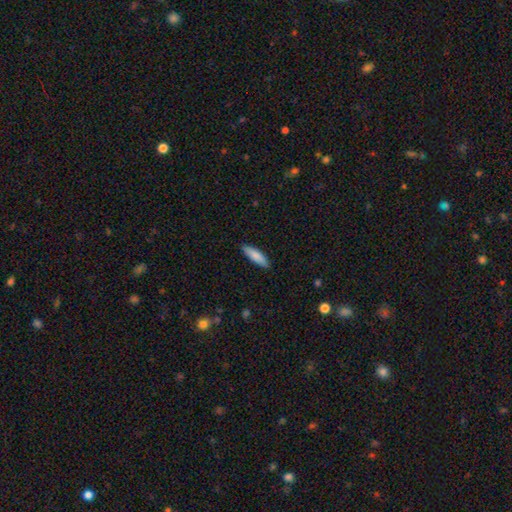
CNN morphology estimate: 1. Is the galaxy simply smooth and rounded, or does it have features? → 83% smooth, 12% featured or disk, 5% star or artifact.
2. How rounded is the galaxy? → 58% cigar-shaped, 40% in between, 1% round.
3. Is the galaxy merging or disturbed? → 87% none, 10% minor disturbance, 2% major disturbance, 1% merger.